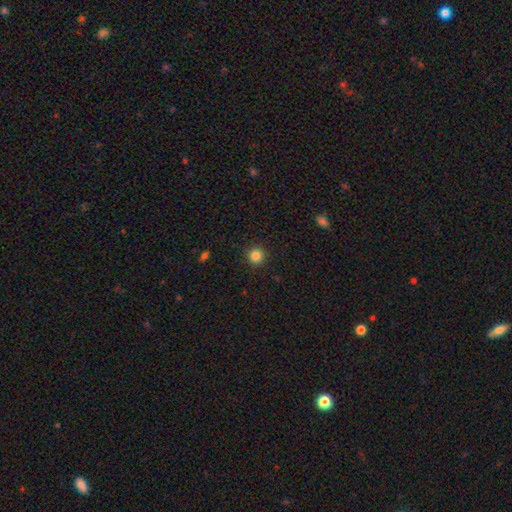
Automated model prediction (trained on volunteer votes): Overall: smooth (84%). How rounded: round (94%). Merging: none (92%).